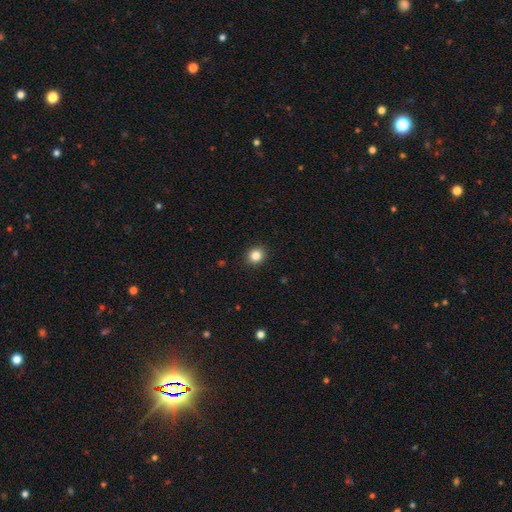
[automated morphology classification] smooth 84%, star or artifact 11%, featured or disk 5%. Down the decision tree: how rounded — round (81%); merging — none (91%).